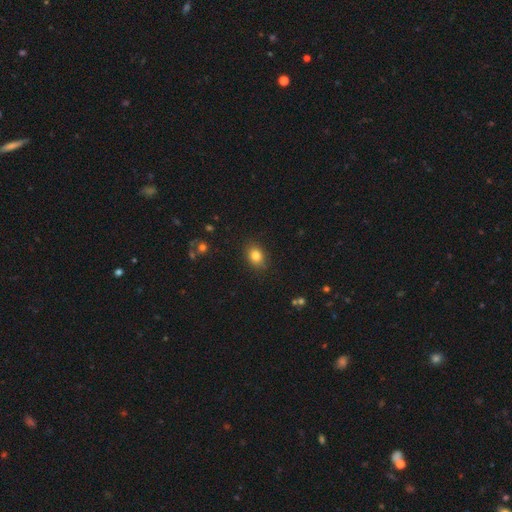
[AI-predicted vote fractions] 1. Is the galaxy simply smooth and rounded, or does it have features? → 81% smooth, 11% star or artifact, 8% featured or disk.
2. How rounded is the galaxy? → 60% in between, 39% round, 1% cigar-shaped.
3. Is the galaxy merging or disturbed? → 87% none, 10% minor disturbance, 2% major disturbance, 1% merger.